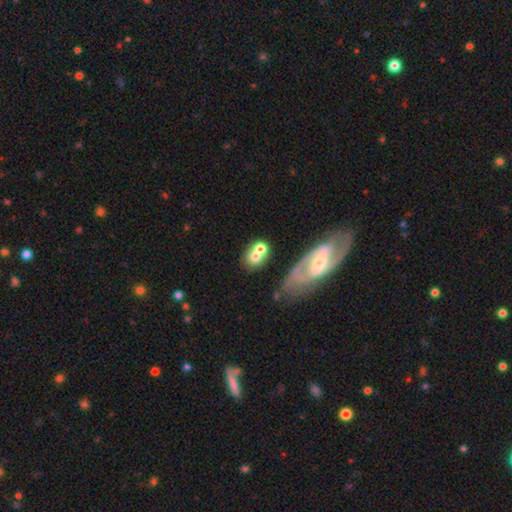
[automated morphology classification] This appears to be a smooth galaxy with no disk features (61%) that is round (57%). Merging: merger (43%).